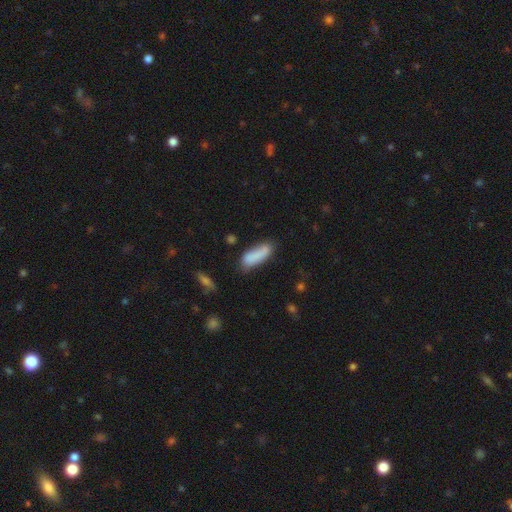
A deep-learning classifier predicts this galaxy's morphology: The model was most divided on "how rounded": in between: 59%, cigar-shaped: 39%, round: 2%. More confident: smooth or featured — smooth (80%); merging — none (61%).